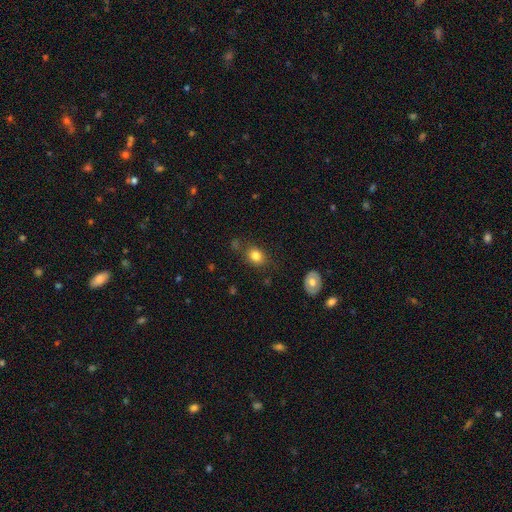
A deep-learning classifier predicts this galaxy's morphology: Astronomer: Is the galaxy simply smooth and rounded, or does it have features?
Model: smooth — 81%.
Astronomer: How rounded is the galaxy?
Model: in between — 51% (runner-up: round, 48%).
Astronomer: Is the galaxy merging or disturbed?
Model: none — 76%.